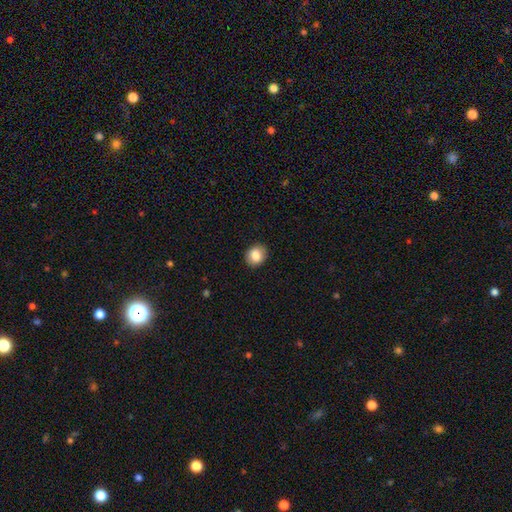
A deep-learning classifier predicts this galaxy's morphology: Smooth or featured? Predicted: smooth (p=0.84). How rounded? Predicted: round (p=0.63). Merging? Predicted: none (p=0.90).